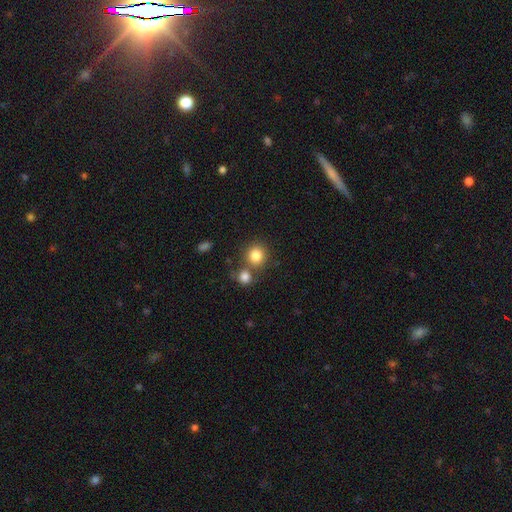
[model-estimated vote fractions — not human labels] The model was most divided on "merging": none: 62%, merger: 26%, minor disturbance: 8%, major disturbance: 3%. More confident: how rounded — round (88%); smooth or featured — smooth (82%).